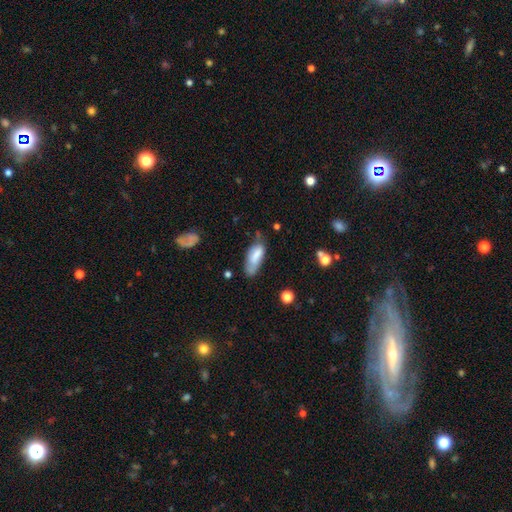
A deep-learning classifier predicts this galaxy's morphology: smooth_or_featured: smooth (p=0.72) [alt: featured or disk p=0.21]
how_rounded: in between (p=0.73) [alt: cigar-shaped p=0.26]
merging: none (p=0.41) [alt: minor disturbance p=0.37]